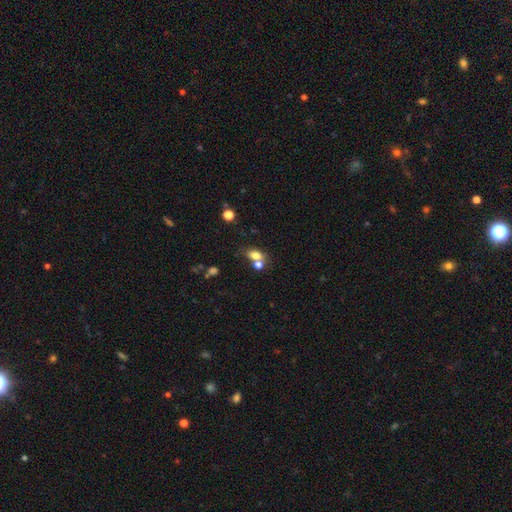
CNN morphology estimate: This is likely a smooth galaxy (73%). How rounded: likely in between (70%). Merging: marginally none (42%).